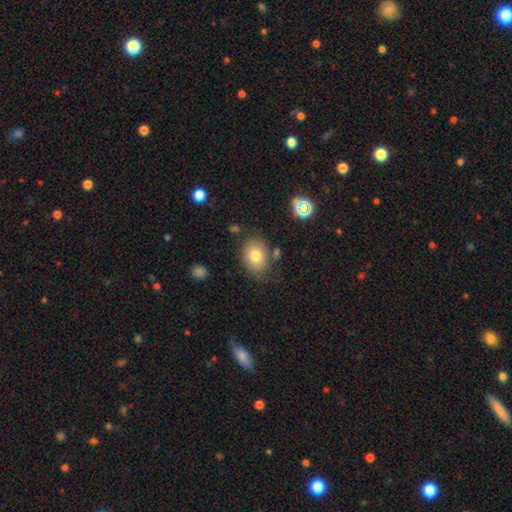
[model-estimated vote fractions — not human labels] Overall: smooth (78%). How rounded: in between (69%; round 30%). Merging: none (75%).